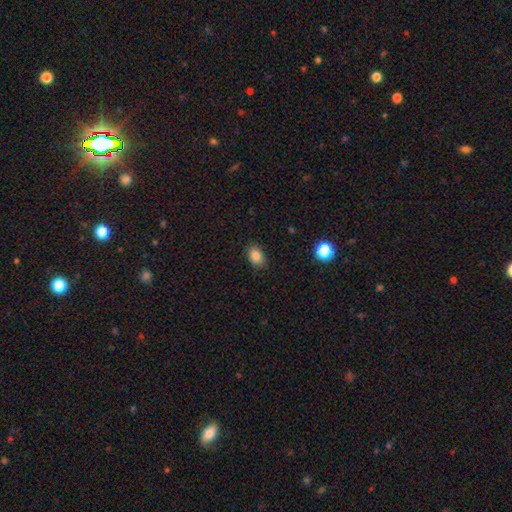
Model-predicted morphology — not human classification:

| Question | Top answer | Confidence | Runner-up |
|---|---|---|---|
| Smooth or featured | smooth | 85% | star or artifact (10%) |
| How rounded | in between | 81% | round (18%) |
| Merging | none | 85% | minor disturbance (11%) |